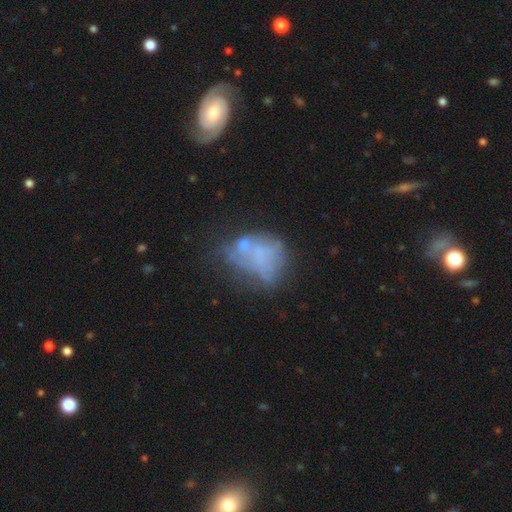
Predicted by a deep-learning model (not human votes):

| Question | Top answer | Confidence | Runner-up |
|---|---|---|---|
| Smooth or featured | featured or disk | 43% | smooth (39%) |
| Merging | none | 34% | major disturbance (26%) |